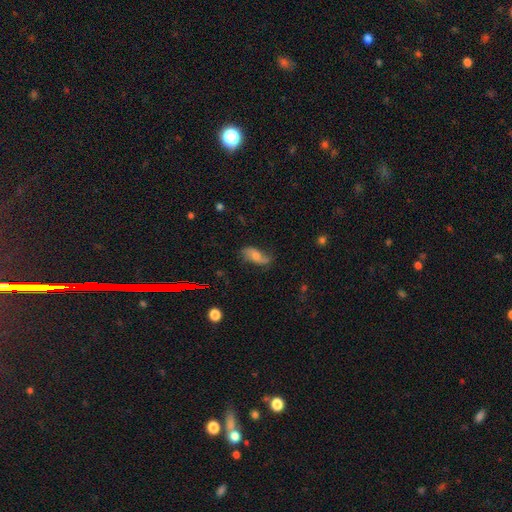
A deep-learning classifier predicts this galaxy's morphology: Smooth or featured?
  - featured or disk: 49% *
  - smooth: 38%
  - star or artifact: 13%
Merging?
  - none: 65% *
  - minor disturbance: 24%
  - major disturbance: 9%
  - merger: 2%